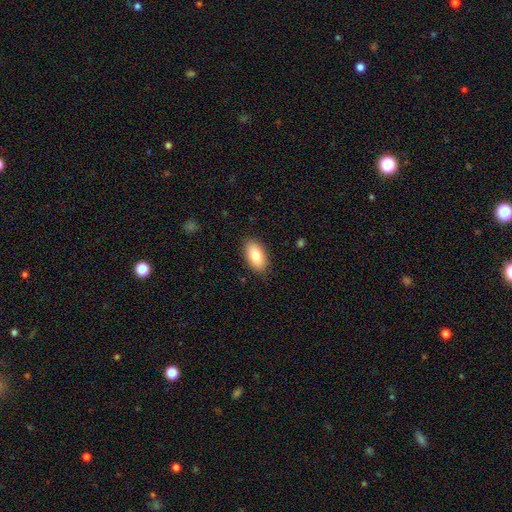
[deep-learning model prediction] Q: Smooth or featured?
A: smooth (81%); runner-up: featured or disk (12%)
Q: How rounded?
A: in between (92%); runner-up: cigar-shaped (4%)
Q: Merging?
A: none (86%); runner-up: minor disturbance (11%)